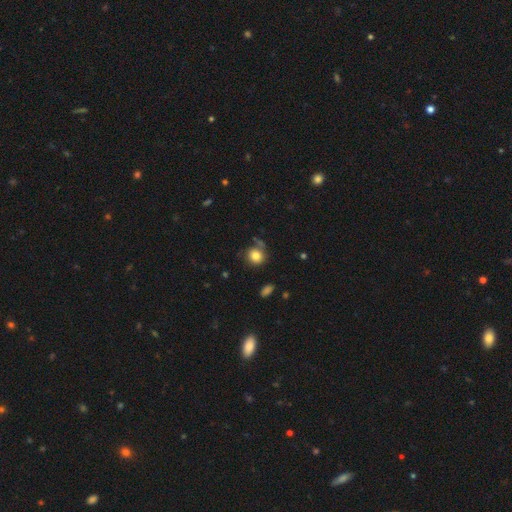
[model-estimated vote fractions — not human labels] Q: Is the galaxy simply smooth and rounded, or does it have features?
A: smooth — 81%.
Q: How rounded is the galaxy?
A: round — 83%.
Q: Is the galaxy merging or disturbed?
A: none — 70%.